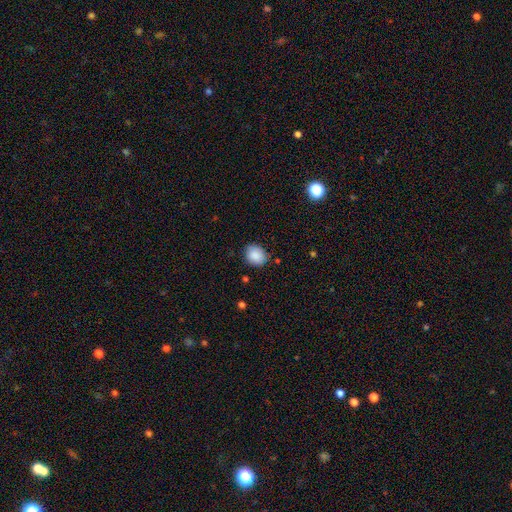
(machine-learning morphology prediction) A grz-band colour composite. It shows a smooth galaxy with no disk features (88%) that is round (64%). Merging: none (81%).